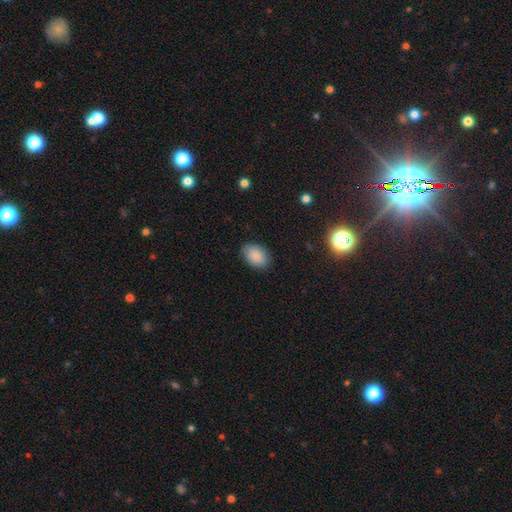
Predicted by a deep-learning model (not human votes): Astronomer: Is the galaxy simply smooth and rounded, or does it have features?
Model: smooth — 88%.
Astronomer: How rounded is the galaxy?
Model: in between — 87%.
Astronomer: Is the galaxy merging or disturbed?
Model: none — 83%.